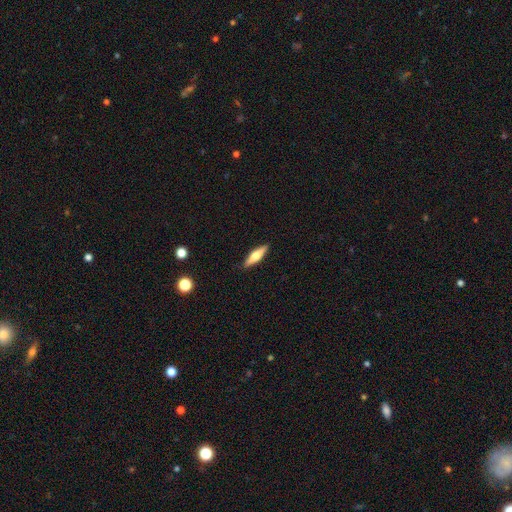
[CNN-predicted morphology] Smooth or featured?
  - featured or disk: 47% * (tied)
  - smooth: 47% * (tied)
  - star or artifact: 6%
Merging?
  - none: 89% *
  - minor disturbance: 8%
  - major disturbance: 2%
  - merger: 1%